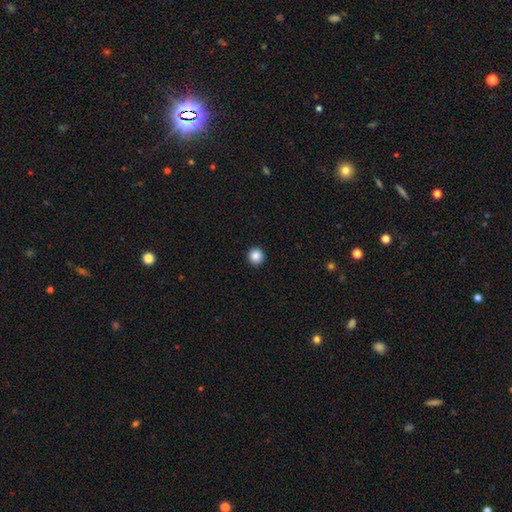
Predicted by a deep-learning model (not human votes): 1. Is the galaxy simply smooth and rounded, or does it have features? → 87% smooth, 10% star or artifact, 3% featured or disk.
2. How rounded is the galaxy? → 94% round, 5% in between, 1% cigar-shaped.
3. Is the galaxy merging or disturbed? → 93% none, 4% minor disturbance, 1% major disturbance, 1% merger.